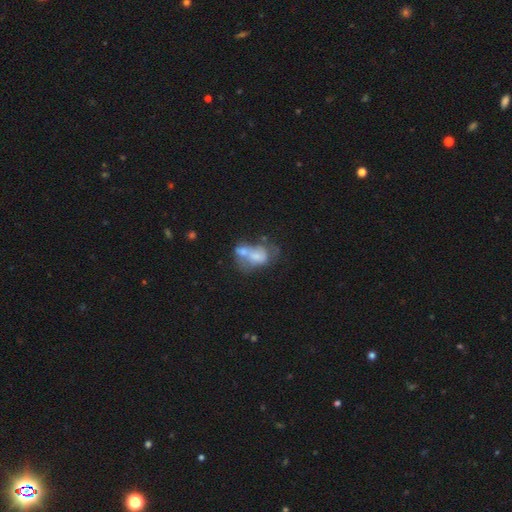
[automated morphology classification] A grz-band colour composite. It shows a smooth galaxy with no disk features (51%) that is in between round and cigar-shaped (77%). Merging: merger (59%).